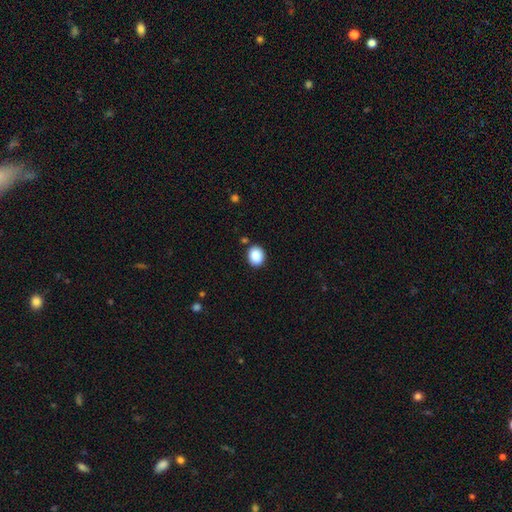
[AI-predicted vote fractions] A smooth galaxy with no disk features (89%) that is round (58%). Merging: none (86%).